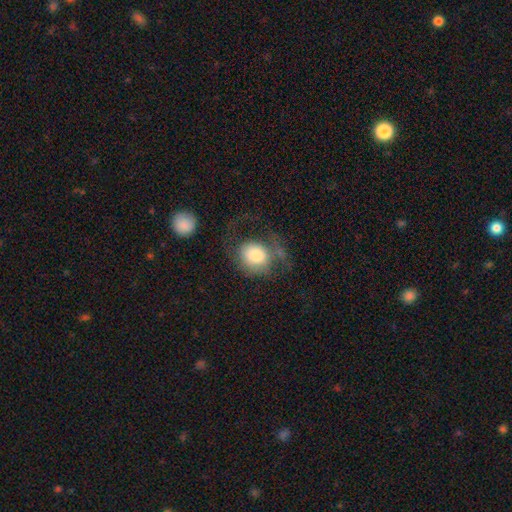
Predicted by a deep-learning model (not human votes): Q: Smooth or featured?
A: smooth (70%); runner-up: featured or disk (22%)
Q: How rounded?
A: round (64%); runner-up: in between (35%)
Q: Merging?
A: major disturbance (38%); runner-up: none (37%)